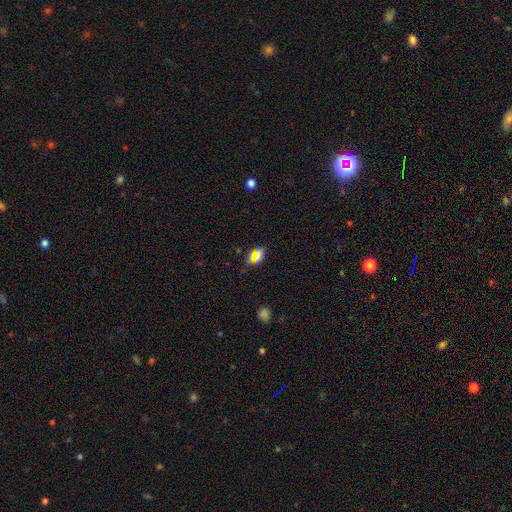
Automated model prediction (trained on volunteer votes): Q: Smooth or featured?
A: smooth (58%); runner-up: star or artifact (32%)
Q: How rounded?
A: in between (73%); runner-up: round (18%)
Q: Merging?
A: none (75%); runner-up: minor disturbance (13%)